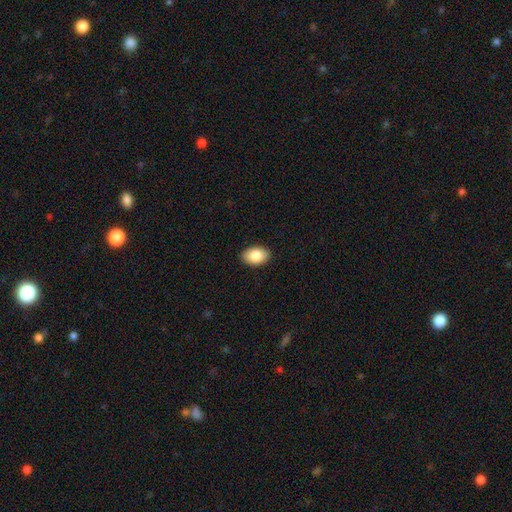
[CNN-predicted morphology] A smooth galaxy with no disk features (85%) that is in between round and cigar-shaped (88%). Merging: none (90%).